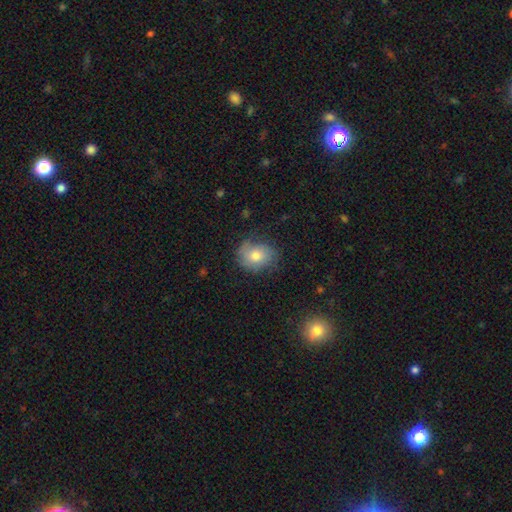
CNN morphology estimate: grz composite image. It shows a smooth galaxy with no disk features (70%) that is round (55%). Merging: none (65%).